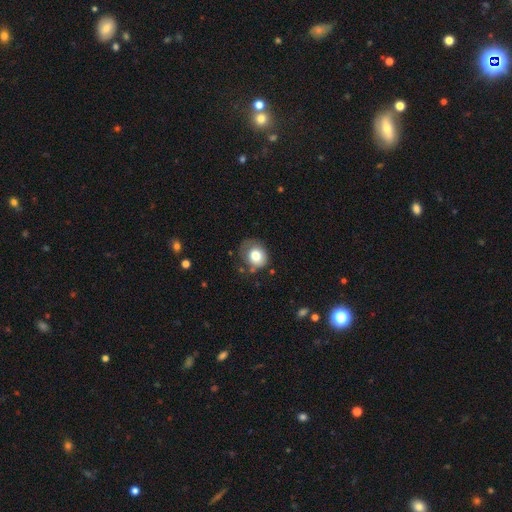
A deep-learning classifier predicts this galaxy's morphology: A smooth galaxy with no disk features (75%) that is round (67%).

Vote fractions:
- Smooth or featured? smooth: 75% / featured or disk: 16% / star or artifact: 9%
- How rounded? round: 67% / in between: 32% / cigar-shaped: 1%
- Merging? none: 53% / minor disturbance: 29% / major disturbance: 14% / merger: 4%